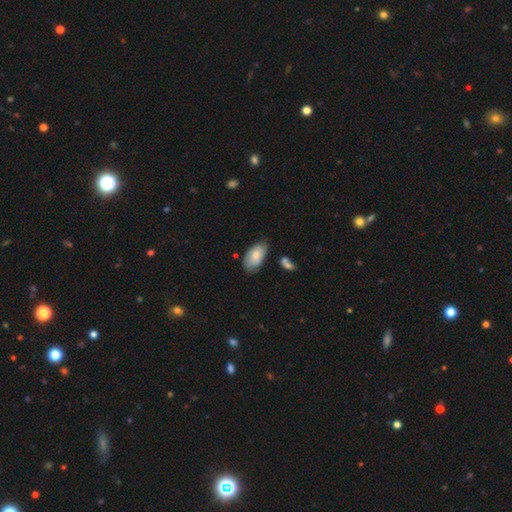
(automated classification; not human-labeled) Smooth or featured? Predicted: smooth (p=0.75). How rounded? Predicted: in between (p=0.95). Merging? Predicted: none (p=0.65).